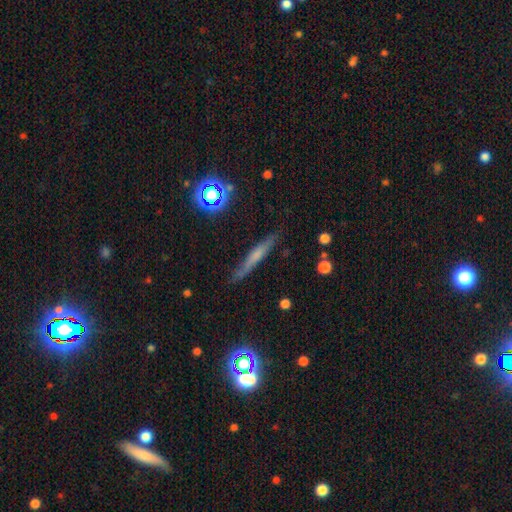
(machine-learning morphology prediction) Smooth or featured? smooth (45%)
Merging? none (83%)